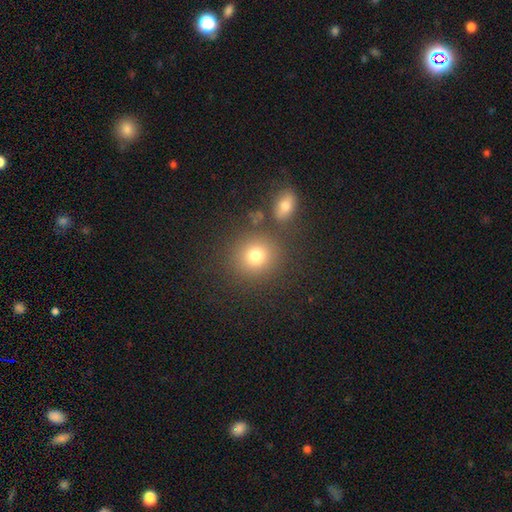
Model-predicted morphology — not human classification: smooth-or-featured: smooth: 77% | star or artifact: 14% | featured or disk: 8%
  how-rounded: round: 87% | in between: 12% | cigar-shaped: 1%
  merging: none: 79% | merger: 9% | minor disturbance: 8% | major disturbance: 4%